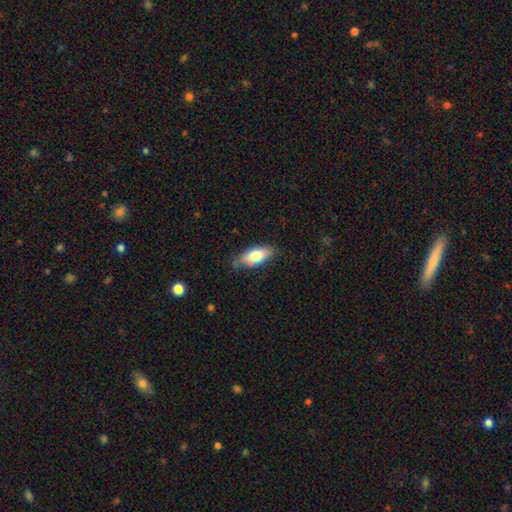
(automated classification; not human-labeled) smooth-or-featured: smooth: 70% | featured or disk: 23% | star or artifact: 7%
  how-rounded: in between: 80% | cigar-shaped: 17% | round: 3%
  merging: none: 69% | minor disturbance: 25% | major disturbance: 4% | merger: 2%